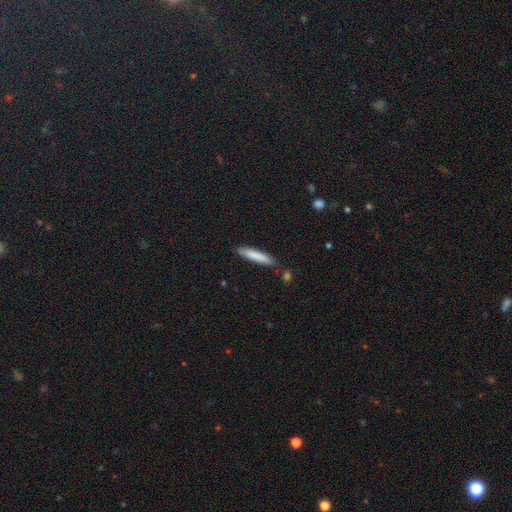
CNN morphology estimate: smooth_or_featured: smooth (p=0.81) [alt: featured or disk p=0.13]
how_rounded: cigar-shaped (p=0.90) [alt: in between p=0.09]
merging: none (p=0.84) [alt: minor disturbance p=0.11]